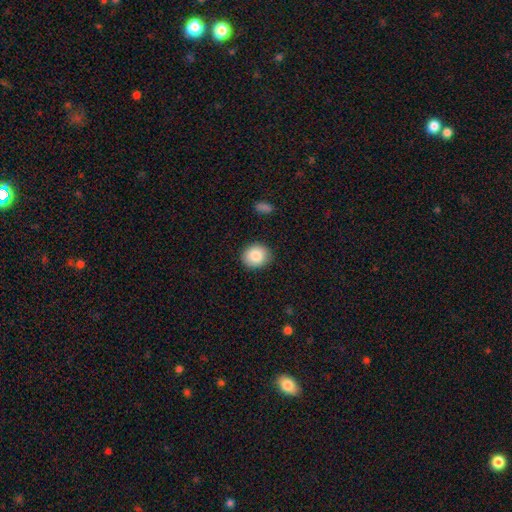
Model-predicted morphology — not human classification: Smooth or featured? Predicted: smooth (p=0.86). How rounded? Predicted: round (p=0.72). Merging? Predicted: none (p=0.88).